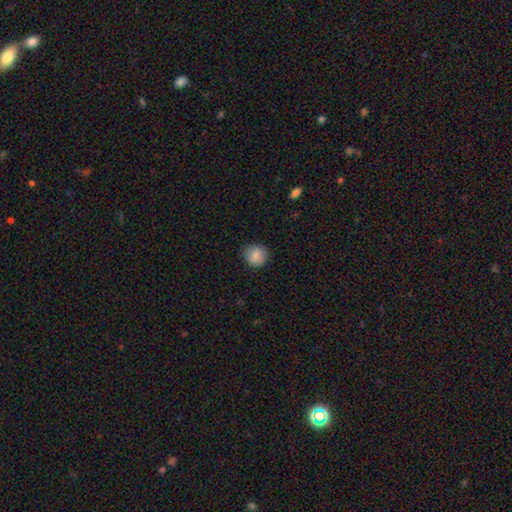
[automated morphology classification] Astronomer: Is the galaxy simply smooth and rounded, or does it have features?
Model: smooth — 85%.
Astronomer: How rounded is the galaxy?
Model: round — 87%.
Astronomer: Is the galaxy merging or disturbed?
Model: none — 86%.